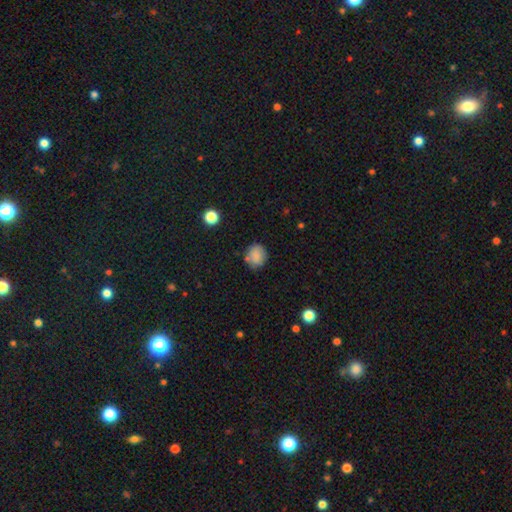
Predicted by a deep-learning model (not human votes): Morphology: type=smooth (83%); roundness=round (64%); merging=none (74%).